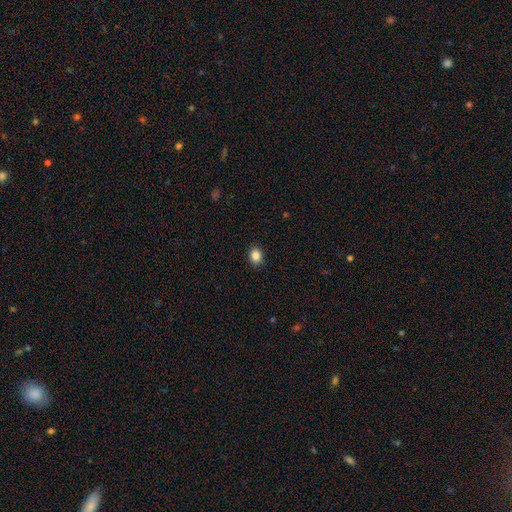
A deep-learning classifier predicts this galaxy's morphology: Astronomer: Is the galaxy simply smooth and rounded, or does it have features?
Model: smooth — 86%.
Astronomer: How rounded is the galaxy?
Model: in between — 58% (runner-up: round, 41%).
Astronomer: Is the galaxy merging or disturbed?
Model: none — 89%.